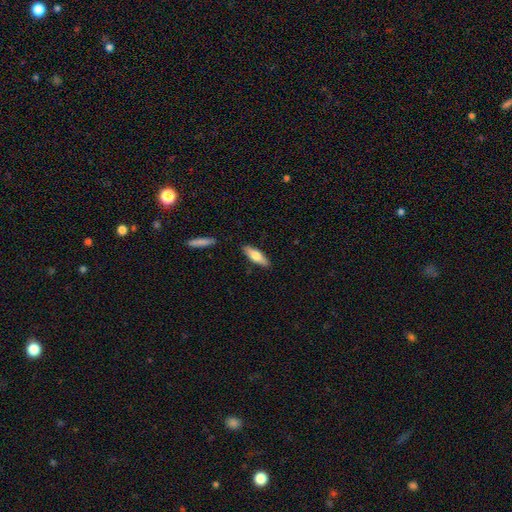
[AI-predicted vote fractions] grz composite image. It shows a smooth galaxy with no disk features (65%) that is in between round and cigar-shaped (50%). Merging: none (87%).